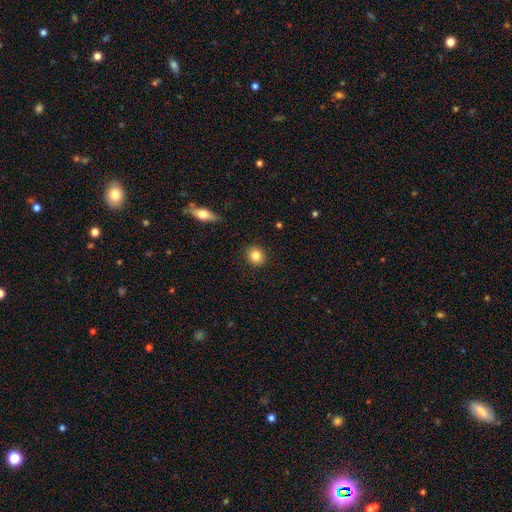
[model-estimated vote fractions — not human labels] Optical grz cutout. It shows a smooth galaxy with no disk features (84%) that is round (79%). Merging: none (90%).